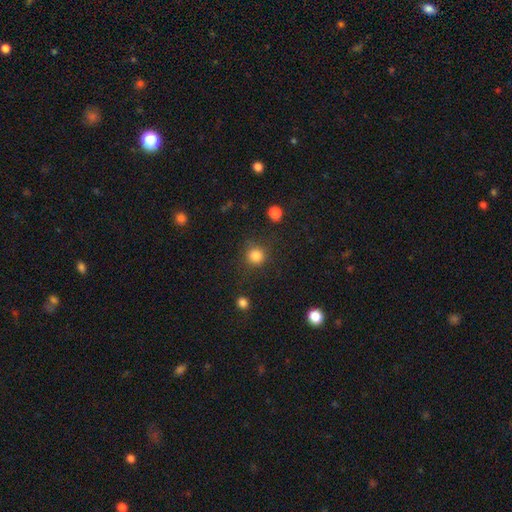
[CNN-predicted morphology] Smooth or featured? smooth (84%)
How rounded? round (92%)
Merging? none (83%)